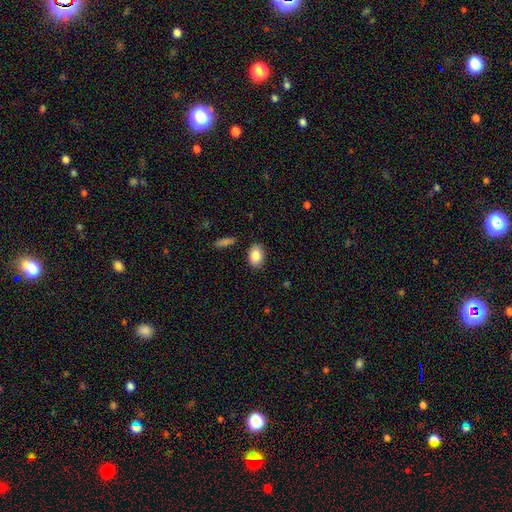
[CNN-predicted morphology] smooth 85%, featured or disk 8%, star or artifact 7%. Down the decision tree: how rounded — in between (81%); merging — none (87%).